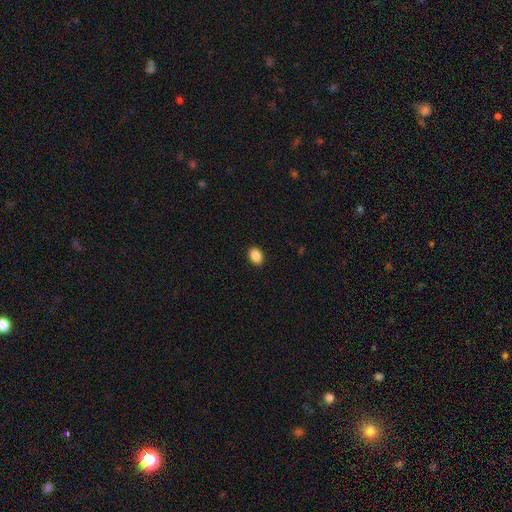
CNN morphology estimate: Smooth or featured?
  - smooth: 88% *
  - star or artifact: 8%
  - featured or disk: 3%
How rounded?
  - in between: 78% *
  - round: 21%
  - cigar-shaped: 1%
Merging?
  - none: 91% *
  - minor disturbance: 6%
  - major disturbance: 2%
  - merger: 1%